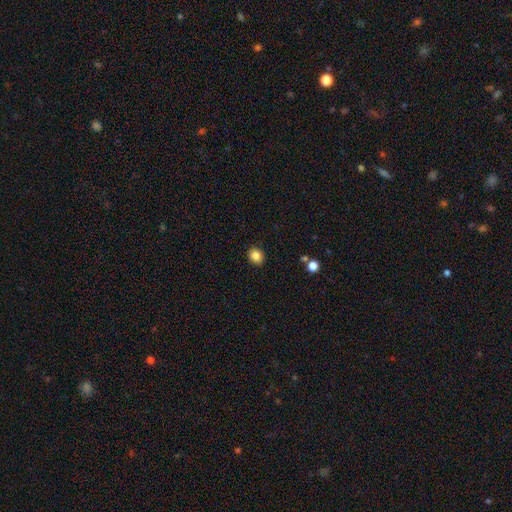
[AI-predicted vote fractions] The model was most divided on "how rounded": round: 70%, in between: 29%, cigar-shaped: 1%. More confident: merging — none (90%); smooth or featured — smooth (84%).